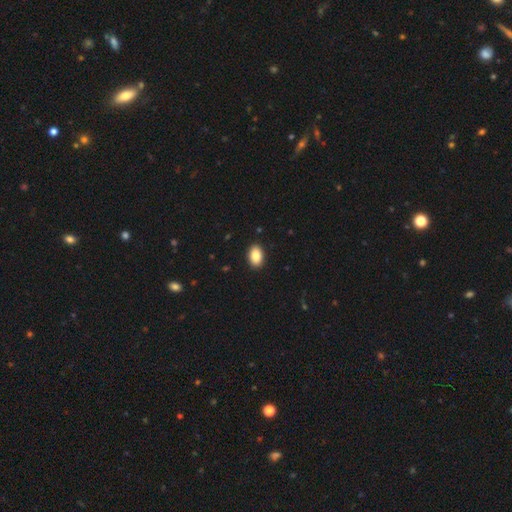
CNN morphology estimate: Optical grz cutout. It shows a smooth galaxy with no disk features (87%) that is in between round and cigar-shaped (90%). Merging: none (91%).